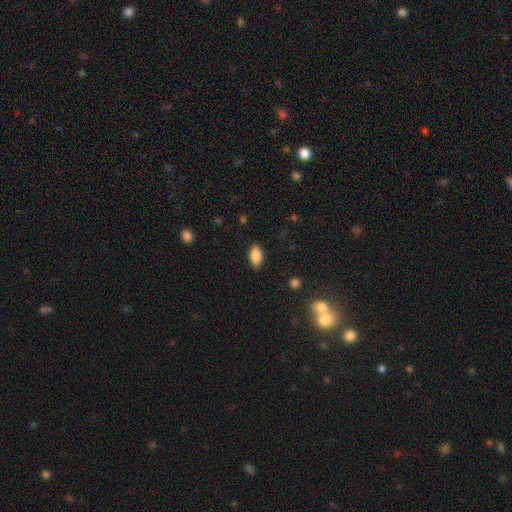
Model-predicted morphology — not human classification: This is clearly a smooth galaxy (86%). How rounded: clearly in between (91%). Merging: clearly none (86%).